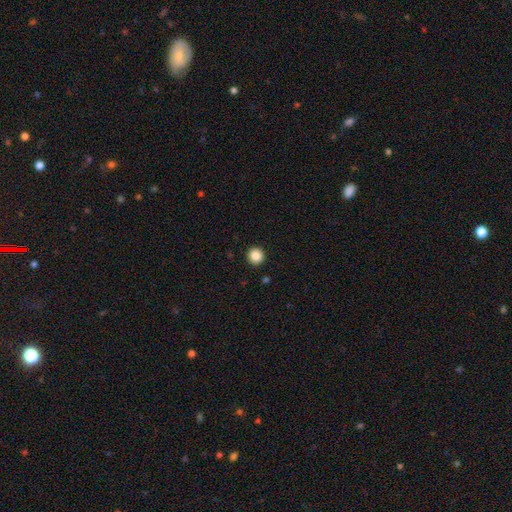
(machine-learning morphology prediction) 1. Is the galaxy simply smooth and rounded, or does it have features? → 87% smooth, 10% star or artifact, 3% featured or disk.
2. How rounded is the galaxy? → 95% round, 4% in between, 1% cigar-shaped.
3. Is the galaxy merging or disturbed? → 93% none, 4% minor disturbance, 1% major disturbance, 1% merger.